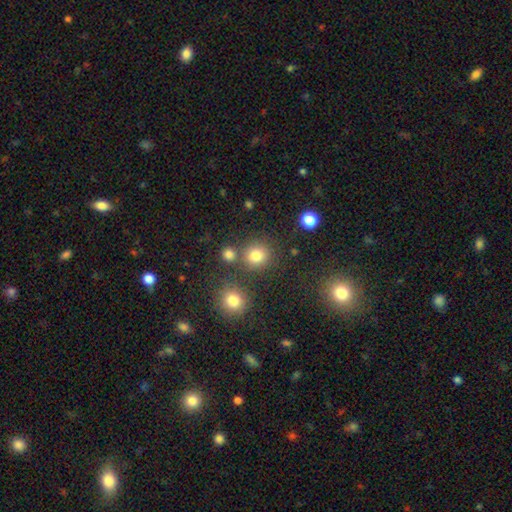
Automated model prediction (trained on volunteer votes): Overall: smooth (78%). How rounded: round (86%). Merging: none (76%).